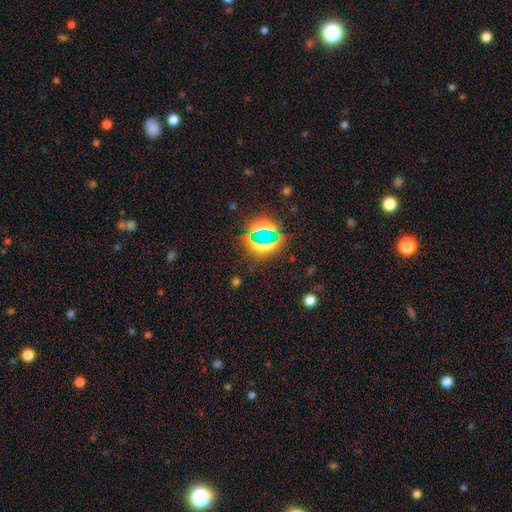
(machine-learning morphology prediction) The model was most divided on "smooth or featured": star or artifact: 68%, smooth: 20%, featured or disk: 12%.